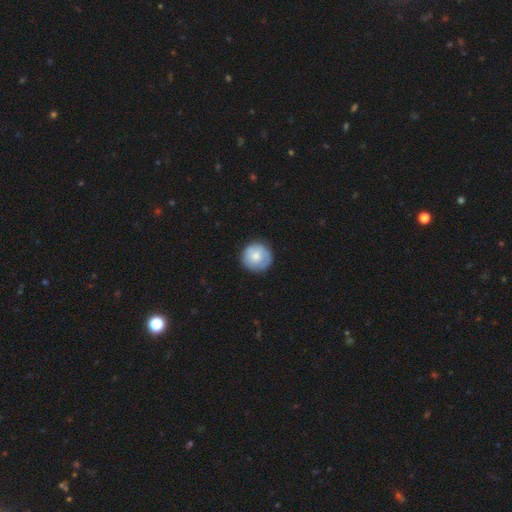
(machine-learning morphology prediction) smooth_or_featured: smooth (p=0.74) [alt: featured or disk p=0.20]
how_rounded: round (p=0.95) [alt: in between p=0.04]
merging: none (p=0.83) [alt: minor disturbance p=0.13]